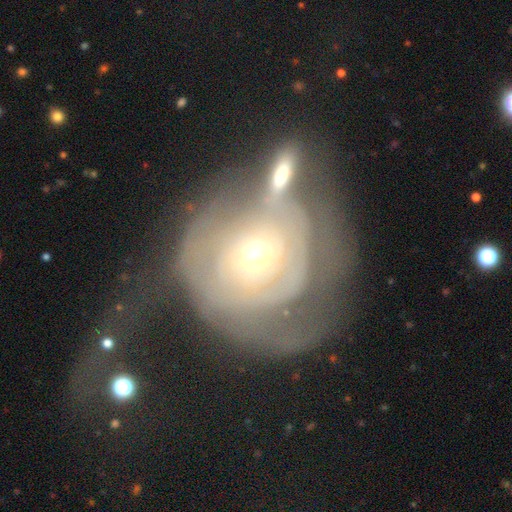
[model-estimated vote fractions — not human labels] Smooth or featured? featured or disk (68%)
Edge-on disk? no (96%)
Bar? no (84%)
Spiral arms? yes (58%)
Bulge size? small (68%)
Merging? merger (33%)